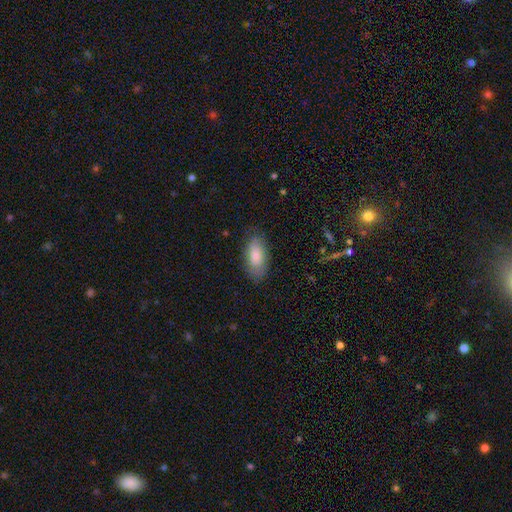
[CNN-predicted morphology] This appears to be a smooth galaxy with no disk features (78%) that is in between round and cigar-shaped (91%). Merging: none (79%).